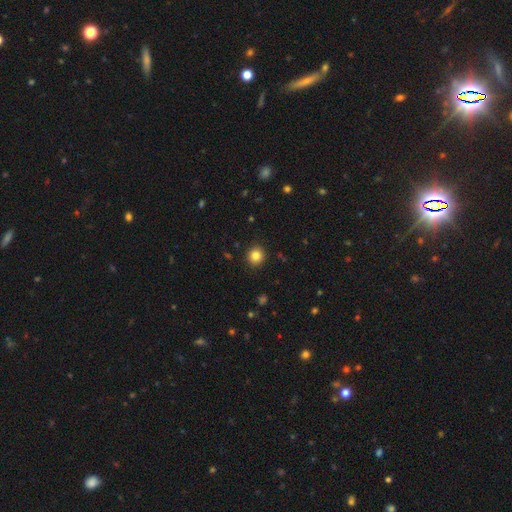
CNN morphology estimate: This appears to be a smooth galaxy with no disk features (83%) that is round (90%). Merging: none (92%).